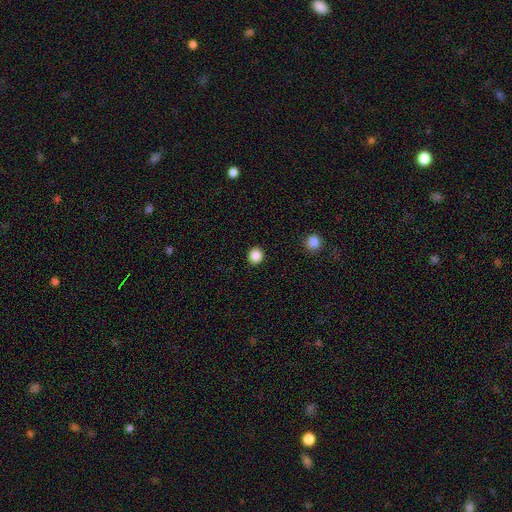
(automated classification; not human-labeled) smooth-or-featured: smooth: 87% | star or artifact: 10% | featured or disk: 3%
  how-rounded: round: 90% | in between: 9% | cigar-shaped: 1%
  merging: none: 93% | minor disturbance: 5% | major disturbance: 2% | merger: 1%